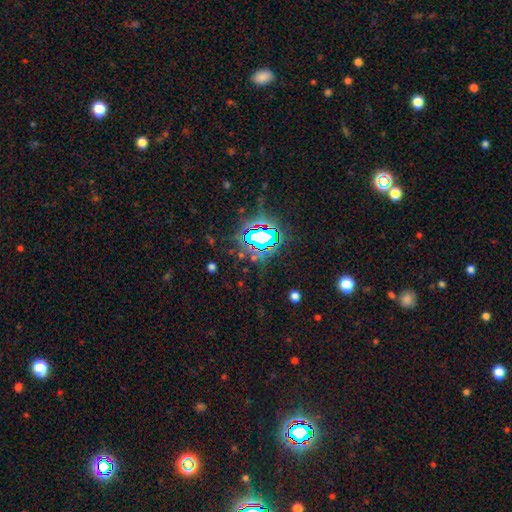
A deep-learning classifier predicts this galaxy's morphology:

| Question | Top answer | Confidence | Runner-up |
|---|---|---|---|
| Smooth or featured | star or artifact | 77% | smooth (14%) |